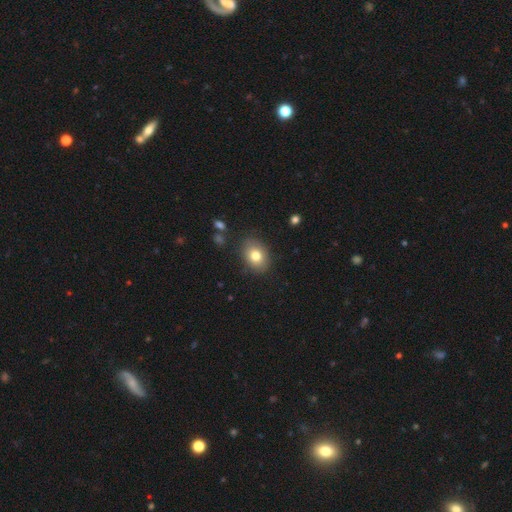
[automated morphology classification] Smooth or featured: smooth — 78% (featured or disk — 13%)
How rounded: in between — 66% (round — 33%)
Merging: none — 84% (minor disturbance — 11%)